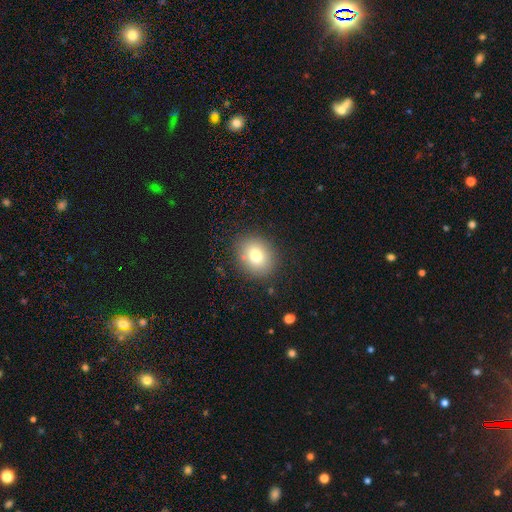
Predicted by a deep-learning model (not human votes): smooth-or-featured: smooth: 76% | featured or disk: 12% | star or artifact: 12%
  how-rounded: round: 62% | in between: 37% | cigar-shaped: 1%
  merging: none: 86% | minor disturbance: 9% | major disturbance: 3% | merger: 2%